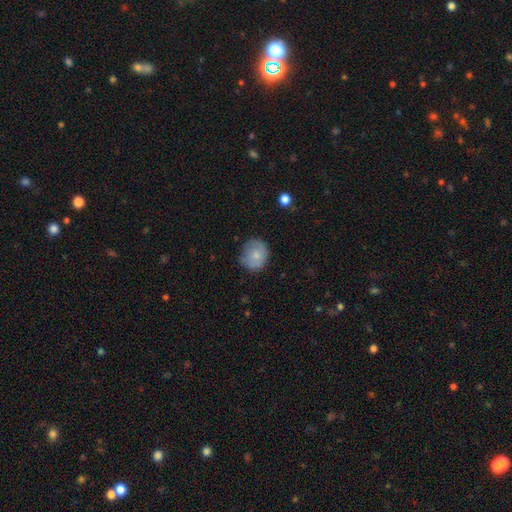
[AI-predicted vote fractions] smooth-or-featured: smooth: 74% | featured or disk: 18% | star or artifact: 7%
  how-rounded: round: 78% | in between: 21% | cigar-shaped: 1%
  merging: none: 67% | minor disturbance: 25% | major disturbance: 6% | merger: 2%